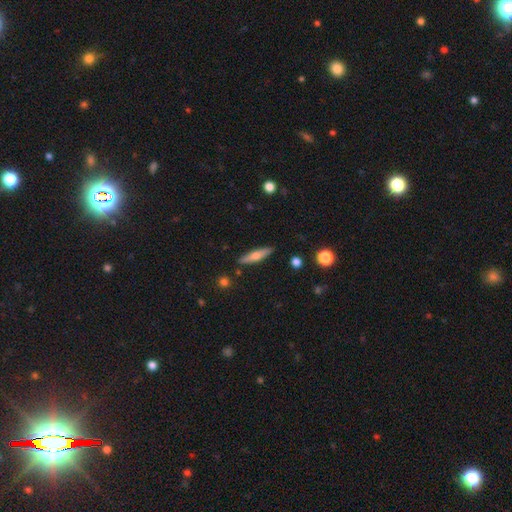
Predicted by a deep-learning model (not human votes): Smooth or featured? Predicted: smooth (p=0.58). How rounded? Predicted: cigar-shaped (p=0.80). Merging? Predicted: none (p=0.88).